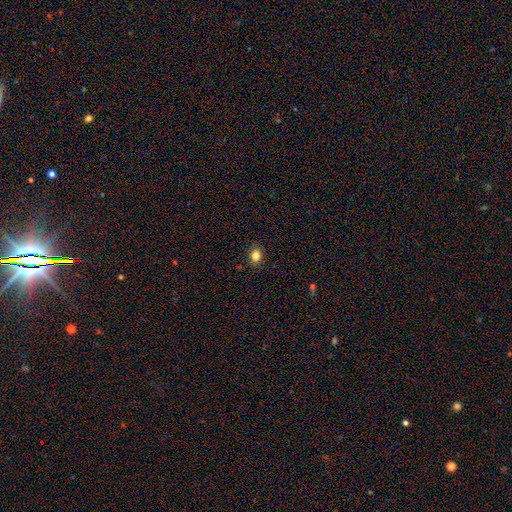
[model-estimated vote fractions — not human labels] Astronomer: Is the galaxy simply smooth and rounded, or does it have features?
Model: smooth — 83%.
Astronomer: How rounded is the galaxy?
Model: in between — 57% (runner-up: round, 42%).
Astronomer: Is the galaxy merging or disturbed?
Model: none — 88%.